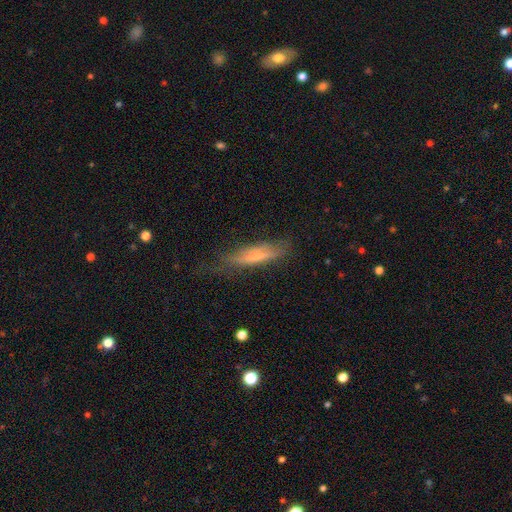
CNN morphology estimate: Smooth or featured?
  - smooth: 49% *
  - featured or disk: 43%
  - star or artifact: 8%
Merging?
  - none: 63% *
  - minor disturbance: 26%
  - major disturbance: 9%
  - merger: 2%